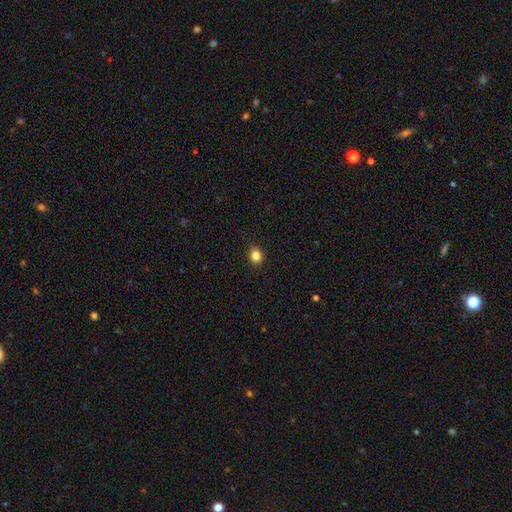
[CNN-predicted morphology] The model was most divided on "how rounded": round: 75%, in between: 24%, cigar-shaped: 1%. More confident: merging — none (91%); smooth or featured — smooth (84%).